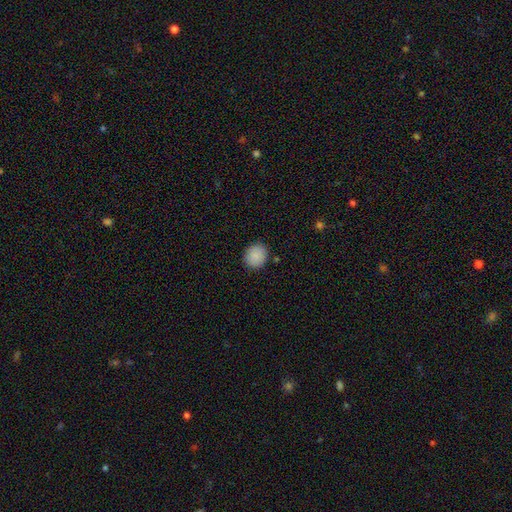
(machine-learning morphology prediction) This appears to be a smooth galaxy with no disk features (89%) that is round (73%). Merging: none (89%).